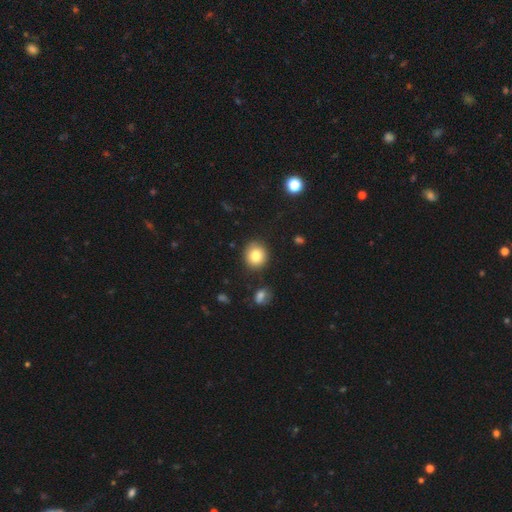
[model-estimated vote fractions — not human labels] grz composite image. It shows a smooth galaxy with no disk features (82%) that is round (86%). Merging: none (87%).